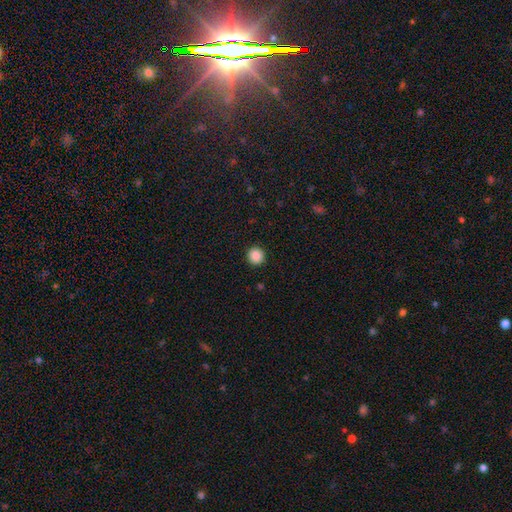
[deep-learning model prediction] Smooth or featured: smooth — 88% (star or artifact — 10%)
How rounded: round — 95% (in between — 5%)
Merging: none — 93% (minor disturbance — 5%)